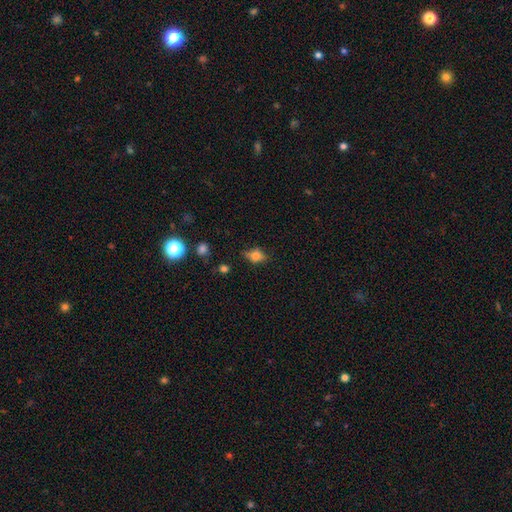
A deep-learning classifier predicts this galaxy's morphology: Smooth or featured?
  - smooth: 66% *
  - featured or disk: 21%
  - star or artifact: 13%
How rounded?
  - in between: 60% *
  - round: 34%
  - cigar-shaped: 5%
Merging?
  - none: 64% *
  - minor disturbance: 26%
  - major disturbance: 7%
  - merger: 3%